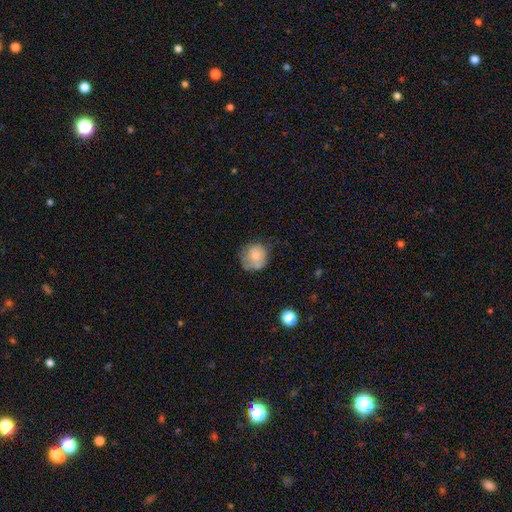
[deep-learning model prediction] Overall: smooth (74%). How rounded: round (83%). Merging: none (53%; minor disturbance 30%).